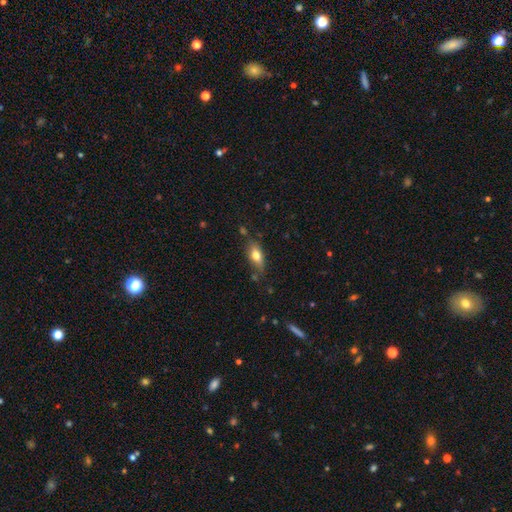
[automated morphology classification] smooth_or_featured: smooth (p=0.69) [alt: featured or disk p=0.23]
how_rounded: in between (p=0.79) [alt: cigar-shaped p=0.15]
merging: none (p=0.69) [alt: minor disturbance p=0.22]